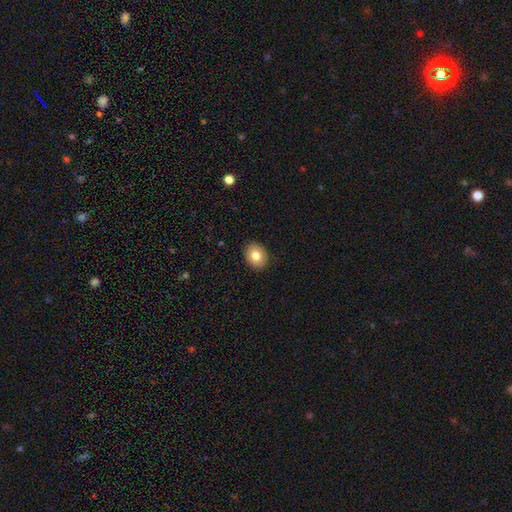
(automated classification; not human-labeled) This is clearly a smooth galaxy (82%). How rounded: possibly in between (58%). Merging: clearly none (90%).